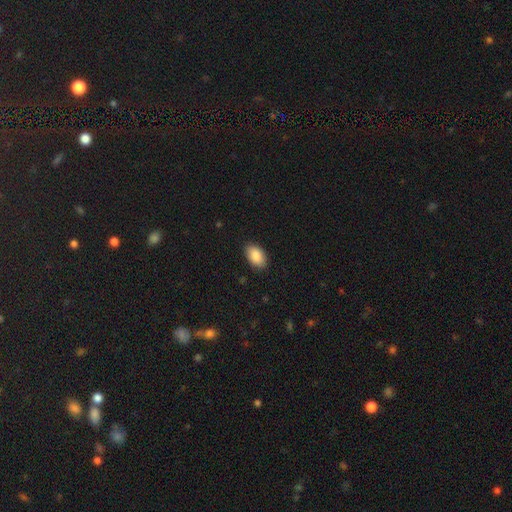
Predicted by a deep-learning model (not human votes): Smooth or featured? smooth (88%)
How rounded? in between (93%)
Merging? none (89%)